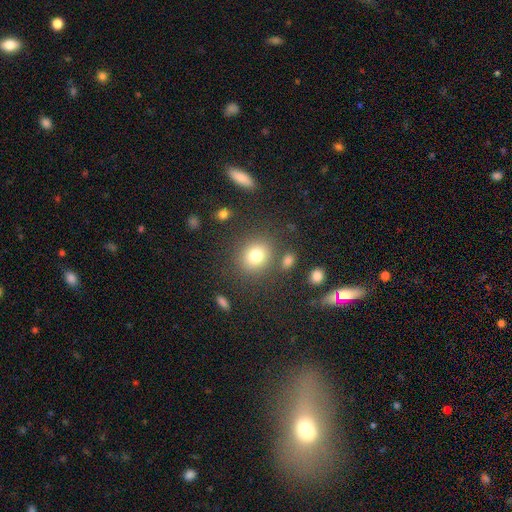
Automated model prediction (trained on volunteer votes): This appears to be a smooth galaxy with no disk features (79%) that is round (74%). Merging: none (80%).